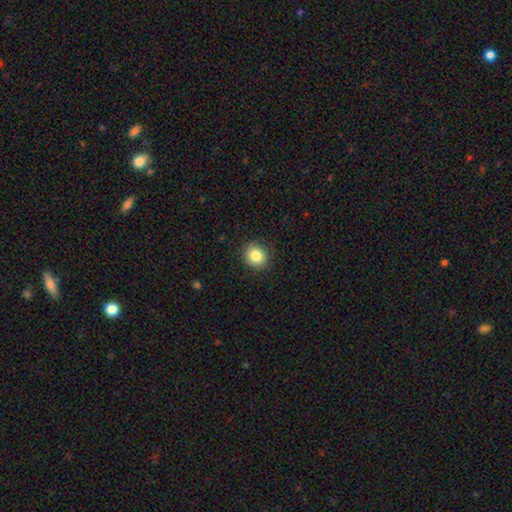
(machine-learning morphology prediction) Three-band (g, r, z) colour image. It shows a smooth galaxy with no disk features (84%) that is round (80%). Merging: none (89%).